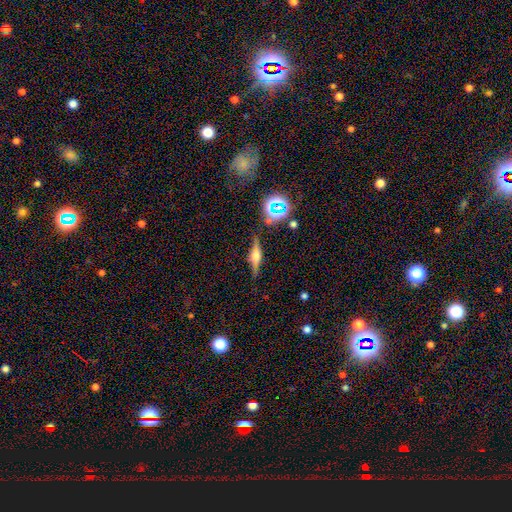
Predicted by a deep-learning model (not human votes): Smooth or featured? featured or disk (69%)
Edge-on disk? yes (96%)
Edge-on bulge? rounded (85%)
Merging? none (84%)